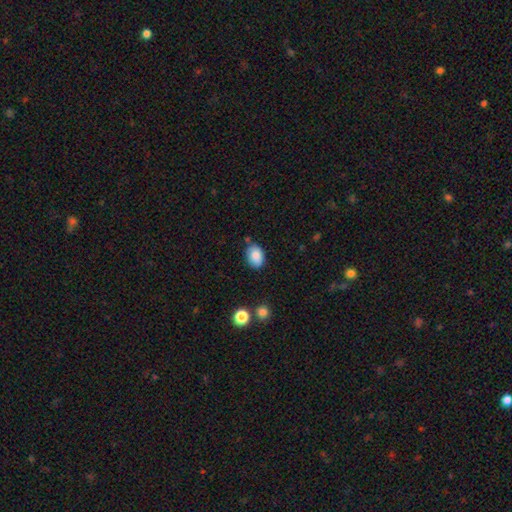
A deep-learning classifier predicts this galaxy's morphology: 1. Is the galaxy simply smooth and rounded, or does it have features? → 86% smooth, 8% star or artifact, 6% featured or disk.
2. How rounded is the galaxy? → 79% in between, 20% round, 1% cigar-shaped.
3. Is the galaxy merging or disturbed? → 72% none, 20% minor disturbance, 4% merger, 4% major disturbance.